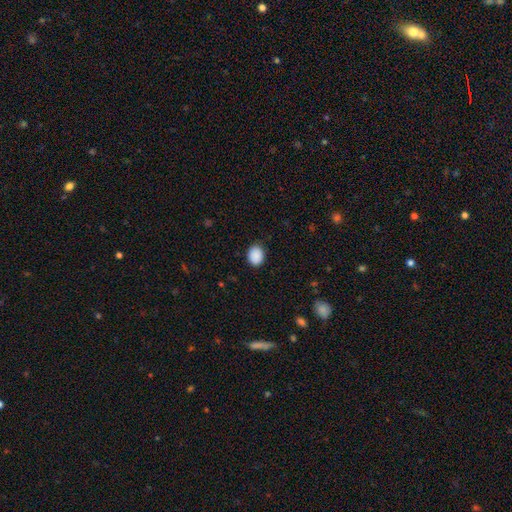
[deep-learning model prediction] smooth 90%, star or artifact 8%, featured or disk 2%. Down the decision tree: how rounded — in between (52%); merging — none (87%).